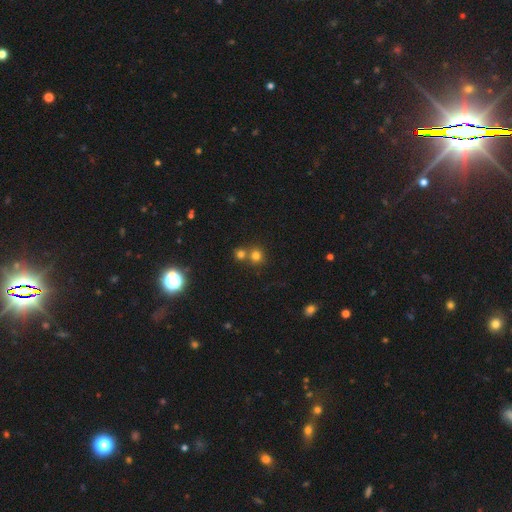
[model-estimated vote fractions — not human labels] Smooth or featured? Predicted: smooth (p=0.74). How rounded? Predicted: round (p=0.91). Merging? Predicted: none (p=0.59).